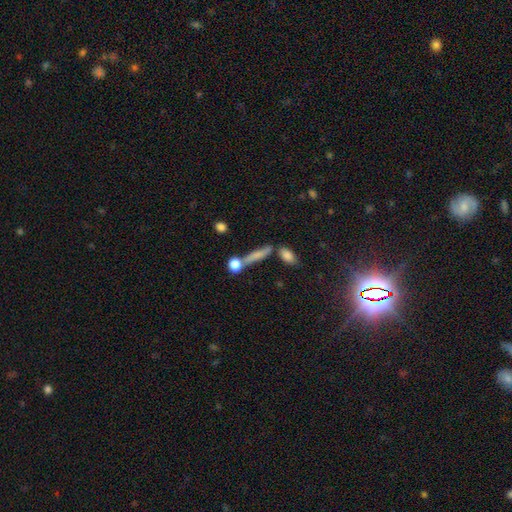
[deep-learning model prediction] A smooth galaxy with no disk features (65%) that is cigar-shaped (70%). Merging: none (59%).